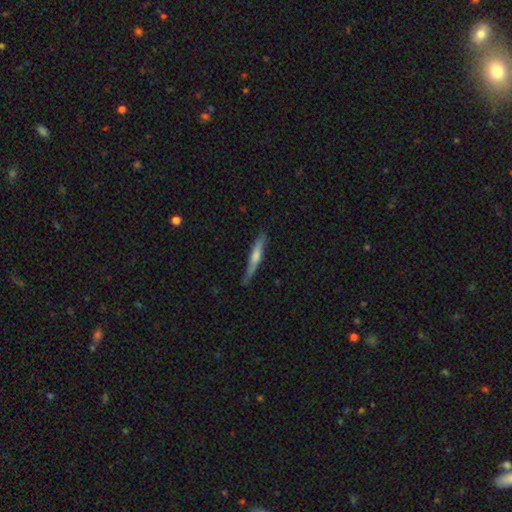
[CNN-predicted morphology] A featured or disk galaxy (63%) viewed edge-on (95%) with a rounded central bulge (74%).

Vote fractions:
- Smooth or featured? featured or disk: 63% / smooth: 31% / star or artifact: 6%
- Edge-on disk? yes: 95% / no: 5%
- Edge-on bulge? rounded: 74% / none: 15% / boxy: 11%
- Merging? none: 82% / minor disturbance: 14% / major disturbance: 2% / merger: 1%